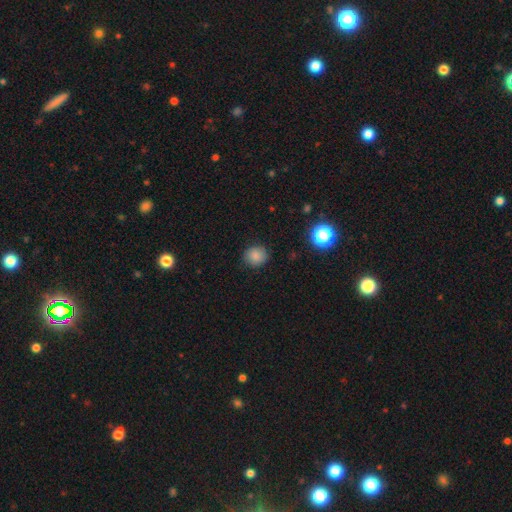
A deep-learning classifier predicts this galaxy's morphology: type=smooth (84%); roundness=round (80%); merging=none (87%).